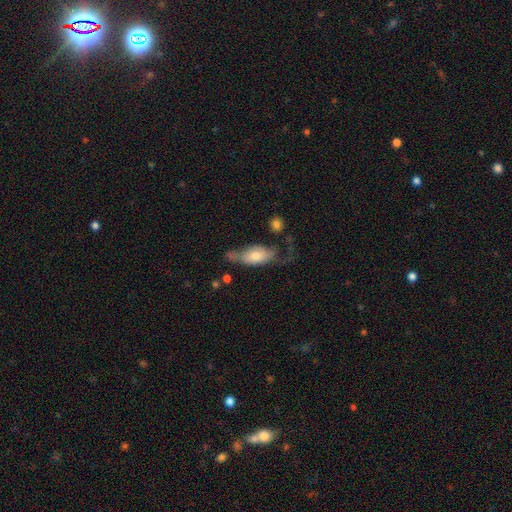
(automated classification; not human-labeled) Smooth or featured: smooth — 54% (featured or disk — 40%)
How rounded: in between — 78% (cigar-shaped — 17%)
Merging: major disturbance — 33% (none — 32%)